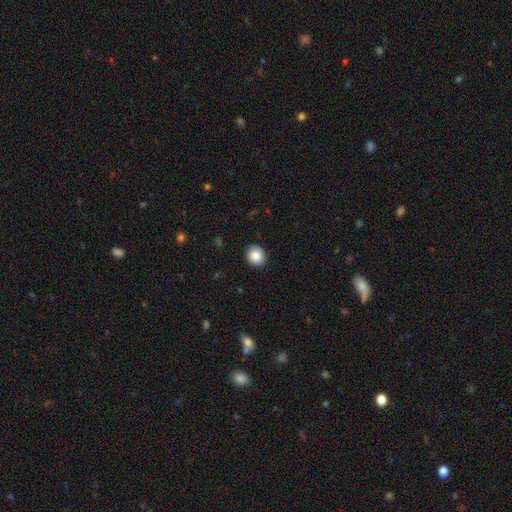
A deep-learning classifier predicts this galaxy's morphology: Smooth or featured? smooth (87%)
How rounded? round (79%)
Merging? none (89%)